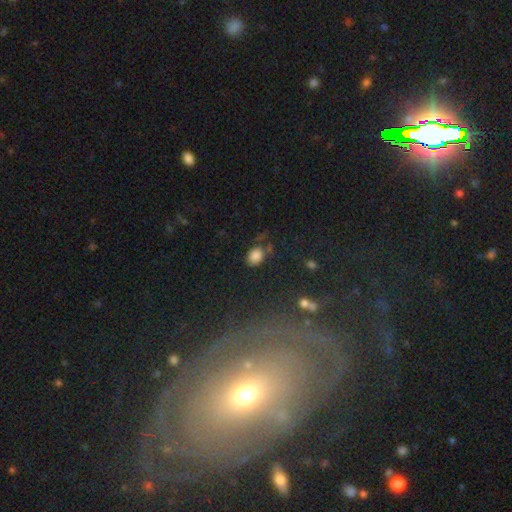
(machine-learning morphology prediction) This is clearly a smooth galaxy (82%). How rounded: likely in between (66%). Merging: likely none (63%).